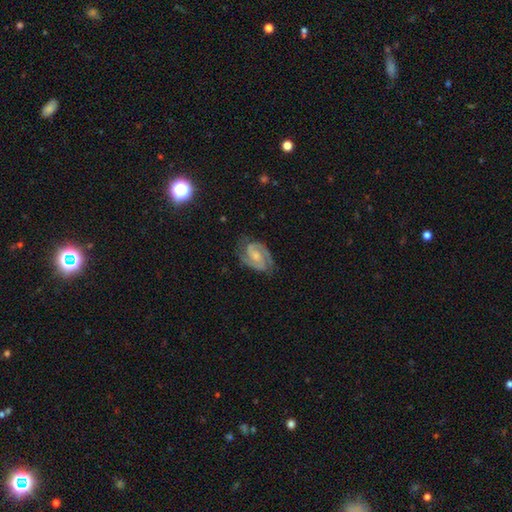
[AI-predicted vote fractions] A featured or disk galaxy (89%) with no bar (44%, tied with weak), 2 (91%) medium (48%) spiral arms (98%) and a small central bulge (42%, tied with moderate).

Vote fractions:
- Smooth or featured? featured or disk: 89% / smooth: 7% / star or artifact: 5%
- Edge-on disk? no: 98% / yes: 2%
- Bar? no: 44% (tied) / weak: 44% (tied) / strong: 12%
- Spiral arms? yes: 98% / no: 2%
- Spiral winding? medium: 48% / tight: 44% / loose: 8%
- Spiral arm count? 2: 91% / can't tell: 3% / 3: 2% / 1: 1% / 4: 1% / more than 4: 1%
- Bulge size? small: 42% (tied) / moderate: 42% (tied) / none: 12% / large: 3% / dominant: 1%
- Merging? none: 77% / minor disturbance: 17% / major disturbance: 5% / merger: 1%